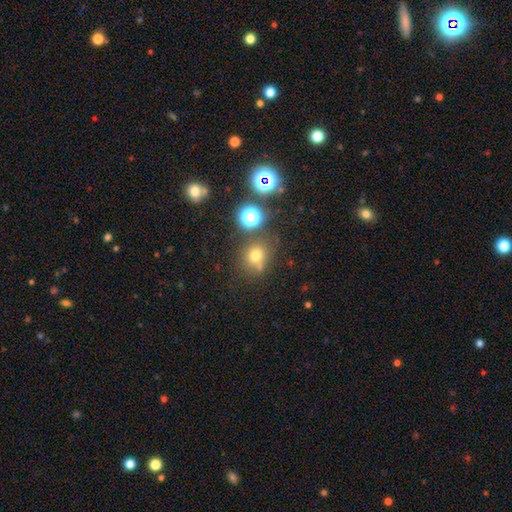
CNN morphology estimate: smooth_or_featured: smooth (p=0.67) [alt: star or artifact p=0.23]
how_rounded: round (p=0.83) [alt: in between p=0.16]
merging: none (p=0.66) [alt: minor disturbance p=0.15]